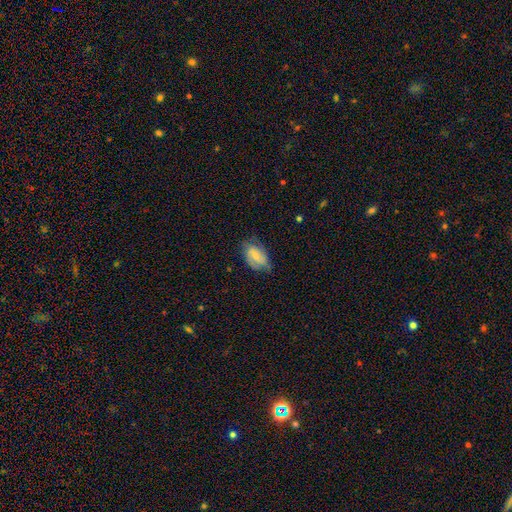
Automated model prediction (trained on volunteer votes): Morphology: type=smooth (47%); merging=none (62%).